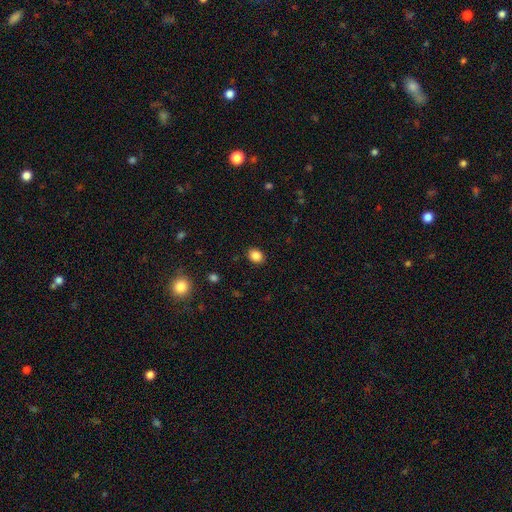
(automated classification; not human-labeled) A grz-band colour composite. It shows a smooth galaxy with no disk features (87%) that is in between round and cigar-shaped (53%). Merging: none (89%).